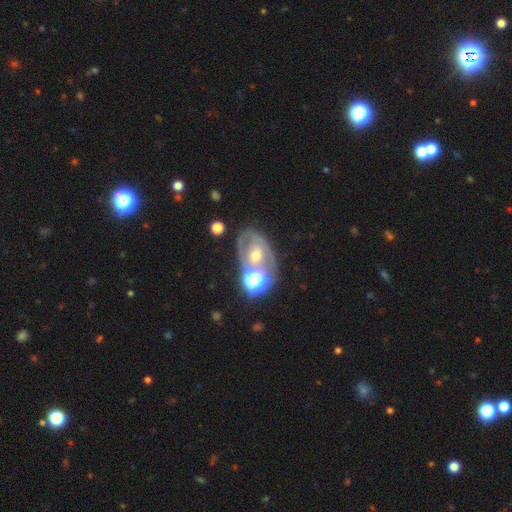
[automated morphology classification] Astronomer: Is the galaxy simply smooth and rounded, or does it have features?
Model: featured or disk — 62%.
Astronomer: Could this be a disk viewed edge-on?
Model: no — 95%.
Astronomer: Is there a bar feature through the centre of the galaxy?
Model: no — 70%.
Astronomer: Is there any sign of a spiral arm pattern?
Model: no — 51% (runner-up: yes, 49%).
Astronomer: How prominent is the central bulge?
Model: moderate — 57% (runner-up: small, 33%).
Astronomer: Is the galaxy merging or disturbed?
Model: none — 53%.